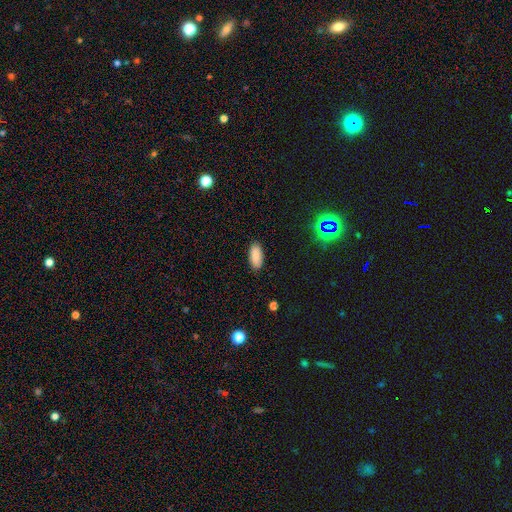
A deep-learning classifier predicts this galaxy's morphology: Smooth or featured: smooth — 87% (star or artifact — 8%)
How rounded: in between — 85% (cigar-shaped — 13%)
Merging: none — 88% (minor disturbance — 9%)